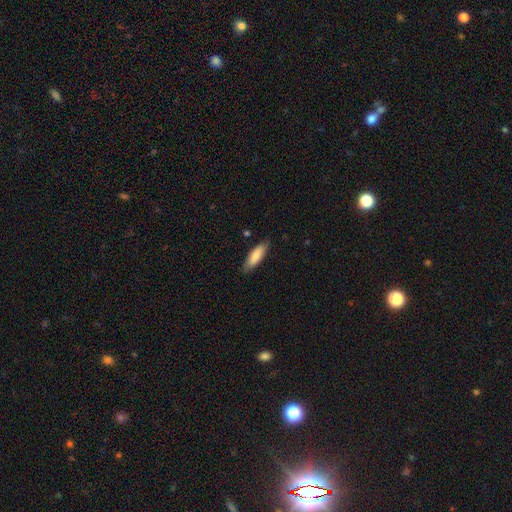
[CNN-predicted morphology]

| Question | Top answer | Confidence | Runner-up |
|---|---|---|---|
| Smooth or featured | smooth | 83% | featured or disk (11%) |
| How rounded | in between | 53% | cigar-shaped (46%) |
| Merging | none | 83% | minor disturbance (13%) |